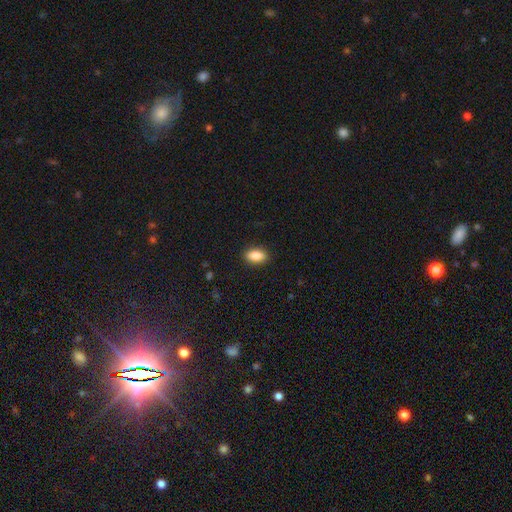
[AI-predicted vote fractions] This appears to be a smooth galaxy with no disk features (87%) that is in between round and cigar-shaped (89%). Merging: none (89%).